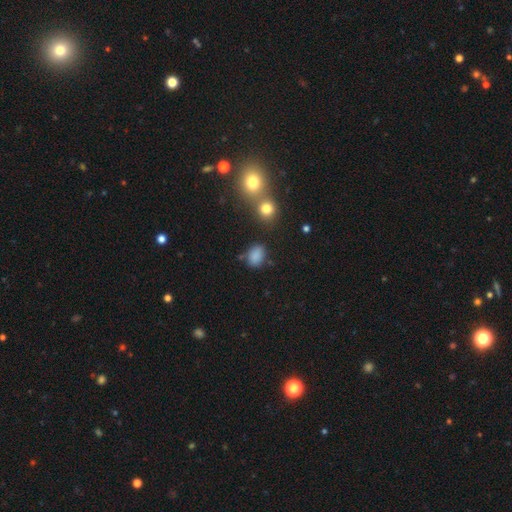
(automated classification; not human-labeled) Q: Smooth or featured?
A: smooth (81%); runner-up: star or artifact (13%)
Q: How rounded?
A: in between (74%); runner-up: round (24%)
Q: Merging?
A: none (67%); runner-up: minor disturbance (19%)